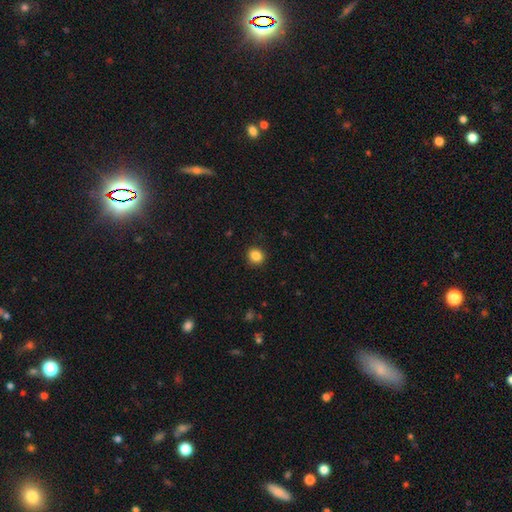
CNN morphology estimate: Smooth or featured?
  - smooth: 86% *
  - star or artifact: 10%
  - featured or disk: 4%
How rounded?
  - round: 80% *
  - in between: 19%
  - cigar-shaped: 1%
Merging?
  - none: 89% *
  - minor disturbance: 8%
  - major disturbance: 2%
  - merger: 1%